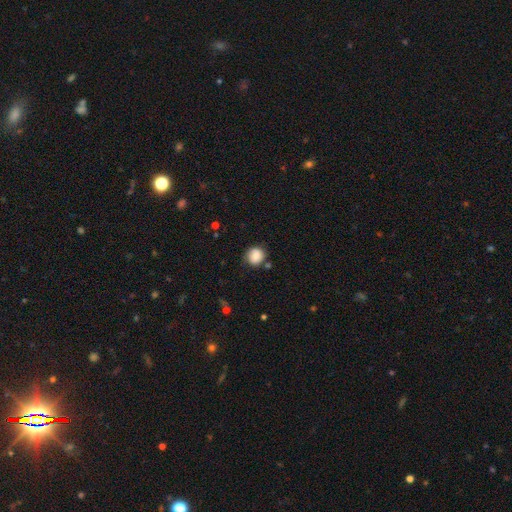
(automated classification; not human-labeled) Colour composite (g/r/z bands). It shows a smooth galaxy with no disk features (81%) that is round (86%). Merging: none (76%).